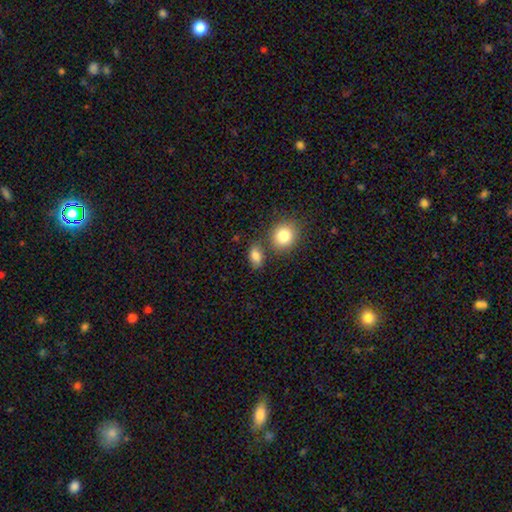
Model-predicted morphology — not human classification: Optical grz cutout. It shows a smooth galaxy with no disk features (82%) that is in between round and cigar-shaped (76%). Merging: none (66%).